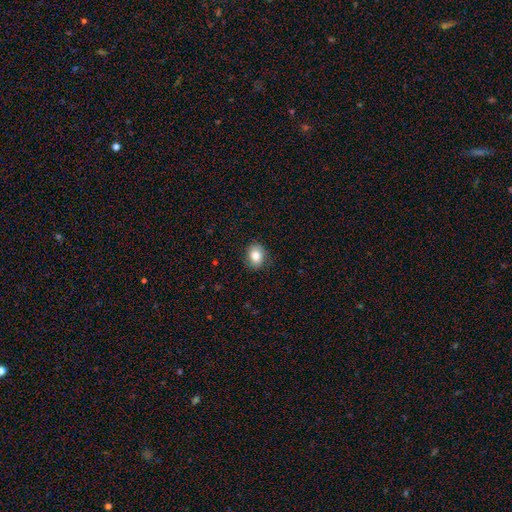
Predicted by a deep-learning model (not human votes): Smooth or featured: smooth — 83% (star or artifact — 9%)
How rounded: round — 51% (in between — 48%)
Merging: none — 86% (minor disturbance — 11%)